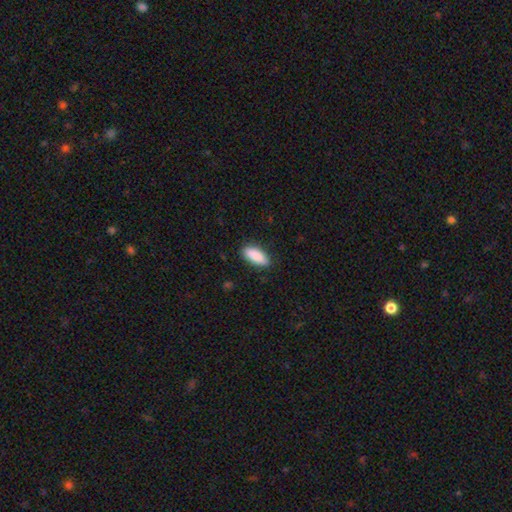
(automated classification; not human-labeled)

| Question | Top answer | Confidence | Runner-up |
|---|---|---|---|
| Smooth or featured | smooth | 89% | star or artifact (6%) |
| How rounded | in between | 79% | cigar-shaped (19%) |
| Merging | none | 86% | minor disturbance (11%) |